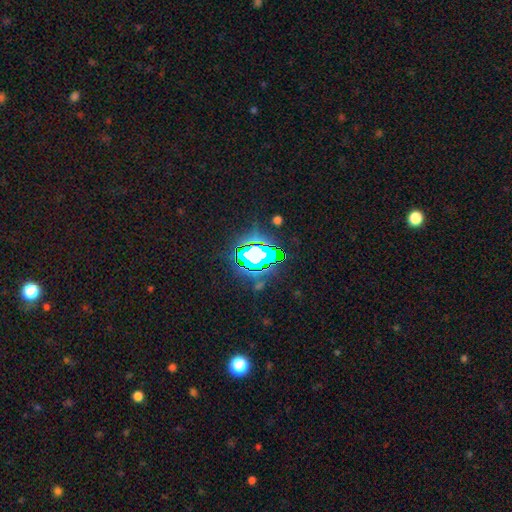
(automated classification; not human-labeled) star or artifact 67%, smooth 19%, featured or disk 14%.